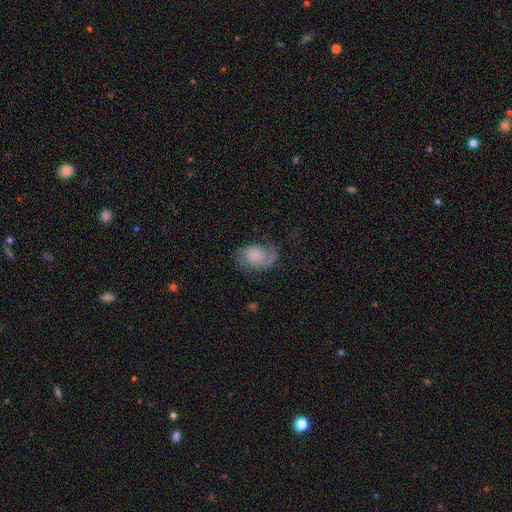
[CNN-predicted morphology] The model was most divided on "bulge size": small: 36%, none: 30%, moderate: 20%, large: 11%, dominant: 4%. Remaining: edge-on disk — no (98%); spiral arms — yes (94%); bar — no (71%); smooth or featured — featured or disk (66%); merging — none (58%); spiral arm count — 2 (54%); spiral winding — medium (43%).